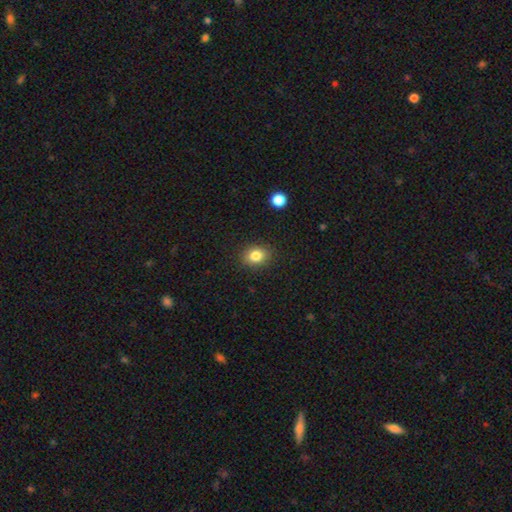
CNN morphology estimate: Smooth or featured: smooth — 83% (star or artifact — 10%)
How rounded: in between — 50% (round — 49%)
Merging: none — 88% (minor disturbance — 9%)